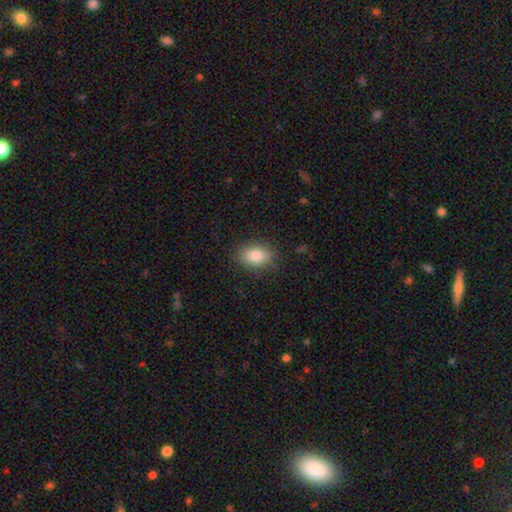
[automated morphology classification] Smooth or featured?
  - smooth: 85% *
  - star or artifact: 8%
  - featured or disk: 7%
How rounded?
  - in between: 83% *
  - round: 15%
  - cigar-shaped: 1%
Merging?
  - none: 86% *
  - minor disturbance: 10%
  - major disturbance: 3%
  - merger: 1%